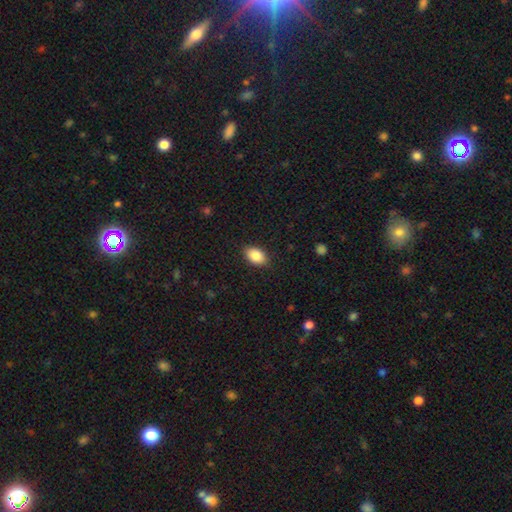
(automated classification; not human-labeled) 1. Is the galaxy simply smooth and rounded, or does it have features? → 86% smooth, 7% star or artifact, 7% featured or disk.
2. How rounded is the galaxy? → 90% in between, 9% round, 1% cigar-shaped.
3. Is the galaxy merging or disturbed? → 87% none, 9% minor disturbance, 2% major disturbance, 1% merger.